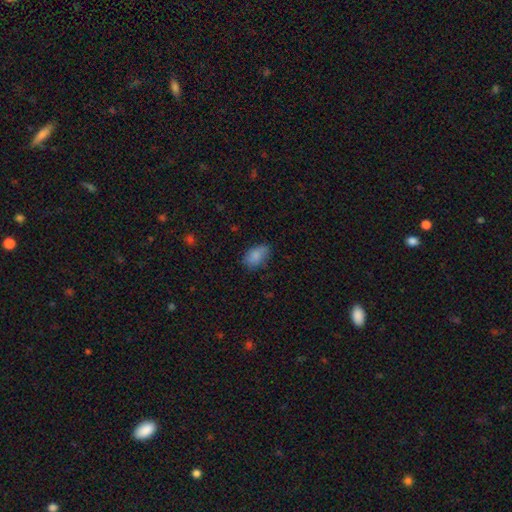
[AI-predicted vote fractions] Smooth or featured: smooth — 84% (star or artifact — 9%)
How rounded: in between — 89% (round — 10%)
Merging: none — 71% (minor disturbance — 22%)